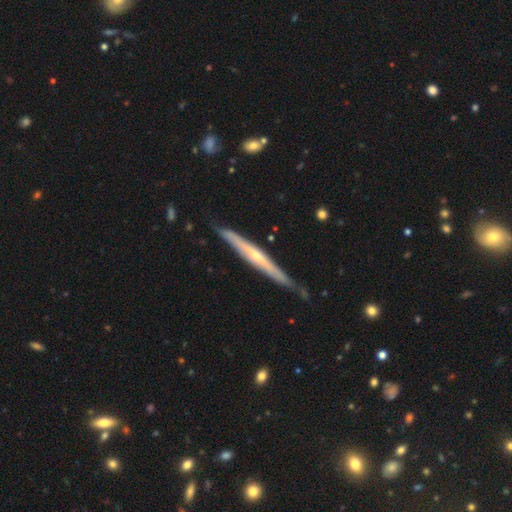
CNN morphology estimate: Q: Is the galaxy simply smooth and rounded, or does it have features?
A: featured or disk — 72%.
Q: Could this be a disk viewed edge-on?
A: yes — 96%.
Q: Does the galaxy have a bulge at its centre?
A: rounded — 59%.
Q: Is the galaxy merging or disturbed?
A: none — 81%.